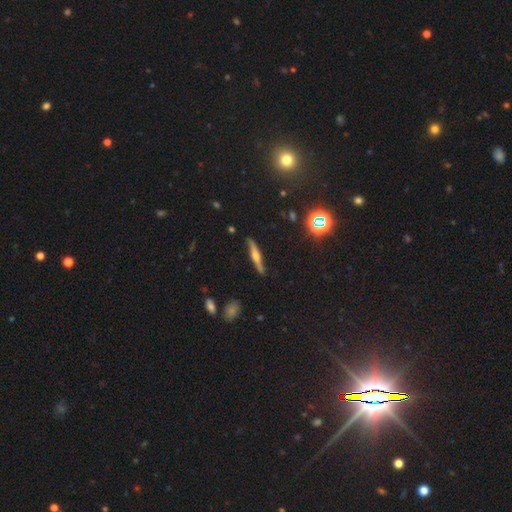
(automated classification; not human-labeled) smooth_or_featured: featured or disk (p=0.58) [alt: smooth p=0.32]
disk_edge_on: yes (p=0.92) [alt: no p=0.08]
edge_on_bulge: rounded (p=0.77) [alt: none p=0.12]
merging: none (p=0.84) [alt: minor disturbance p=0.12]